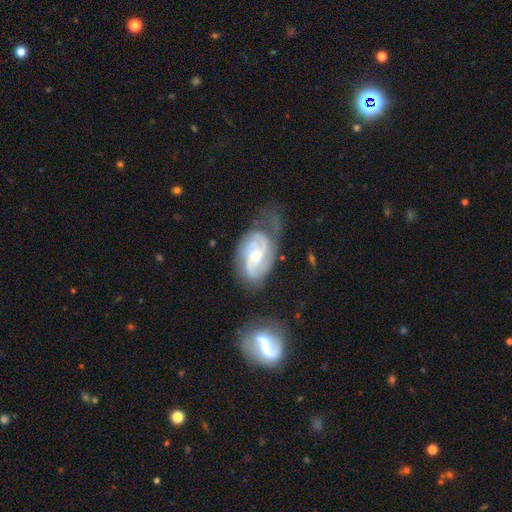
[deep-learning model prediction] smooth_or_featured: featured or disk (p=0.86) [alt: smooth p=0.09]
disk_edge_on: no (p=0.97) [alt: yes p=0.03]
bar: no (p=0.51) [alt: weak p=0.39]
has_spiral_arms: yes (p=0.96) [alt: no p=0.04]
spiral_winding: tight (p=0.45) [alt: medium p=0.42]
spiral_arm_count: 2 (p=0.51) [alt: 3 p=0.21]
bulge_size: moderate (p=0.61) [alt: small p=0.33]
merging: none (p=0.51) [alt: minor disturbance p=0.27]